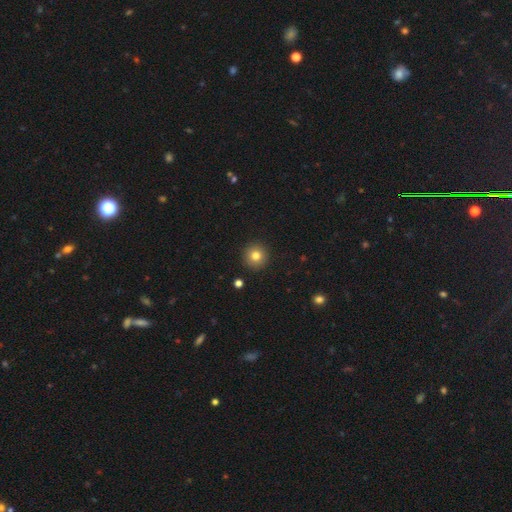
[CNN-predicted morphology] A smooth galaxy with no disk features (81%) that is round (94%). Merging: none (92%).